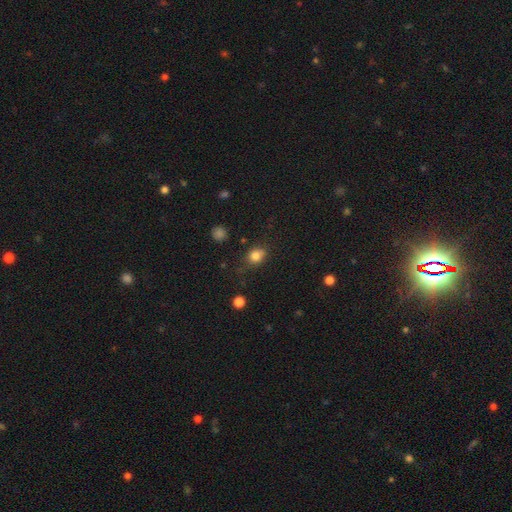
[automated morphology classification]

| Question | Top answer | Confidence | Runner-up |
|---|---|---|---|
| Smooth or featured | smooth | 81% | star or artifact (12%) |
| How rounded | round | 53% | in between (46%) |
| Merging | none | 70% | minor disturbance (21%) |